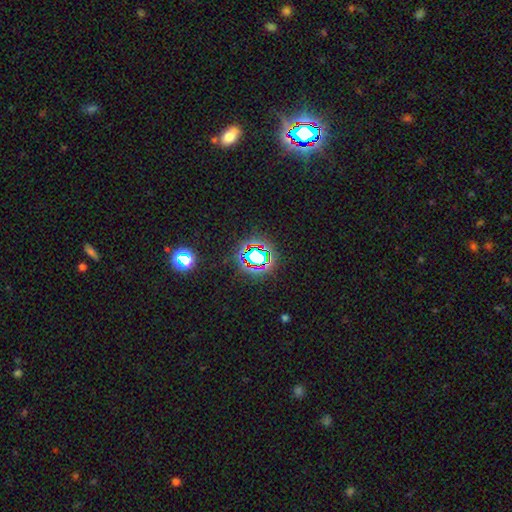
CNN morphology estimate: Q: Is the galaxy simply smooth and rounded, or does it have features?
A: star or artifact — 68%.